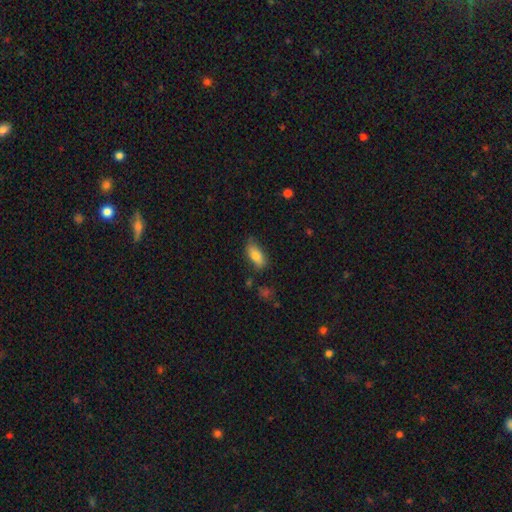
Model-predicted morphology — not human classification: smooth-or-featured: smooth: 78% | featured or disk: 15% | star or artifact: 7%
  how-rounded: in between: 86% | cigar-shaped: 11% | round: 3%
  merging: none: 67% | minor disturbance: 25% | major disturbance: 6% | merger: 3%